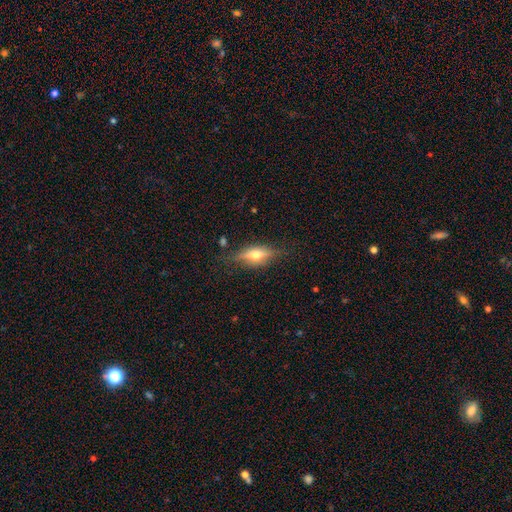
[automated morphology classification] type=featured or disk (58%); edge-on=yes (89%); edge-on bulge=rounded (94%); merging=none (81%).